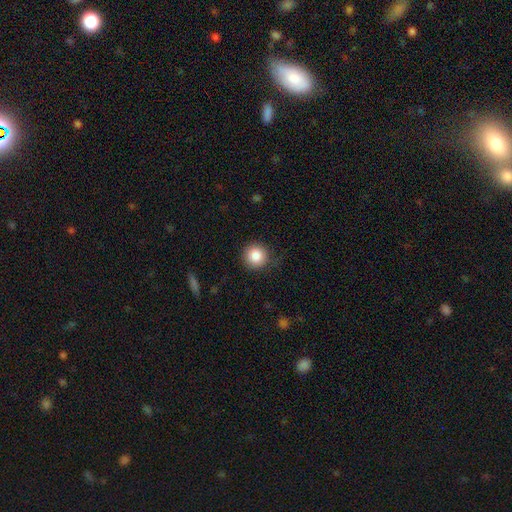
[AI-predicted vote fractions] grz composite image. It shows a smooth galaxy with no disk features (85%) that is round (95%). Merging: none (84%).